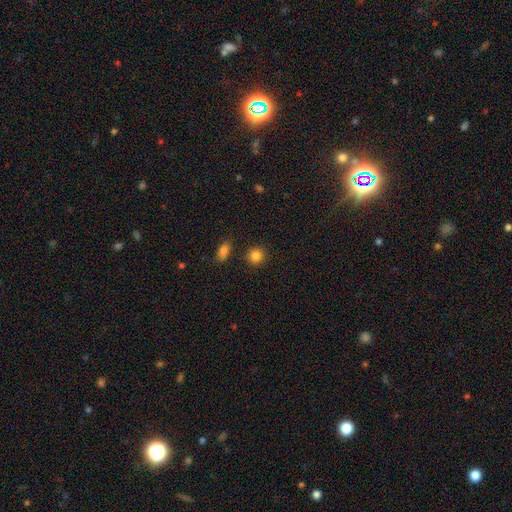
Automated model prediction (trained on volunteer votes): A smooth galaxy with no disk features (85%) that is round (89%). Merging: none (88%).